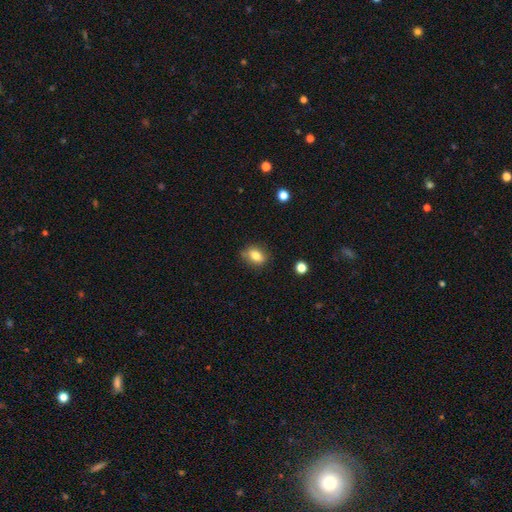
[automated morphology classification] smooth-or-featured: smooth: 81% | featured or disk: 10% | star or artifact: 9%
  how-rounded: in between: 69% | round: 29% | cigar-shaped: 2%
  merging: none: 78% | minor disturbance: 16% | major disturbance: 3% | merger: 2%